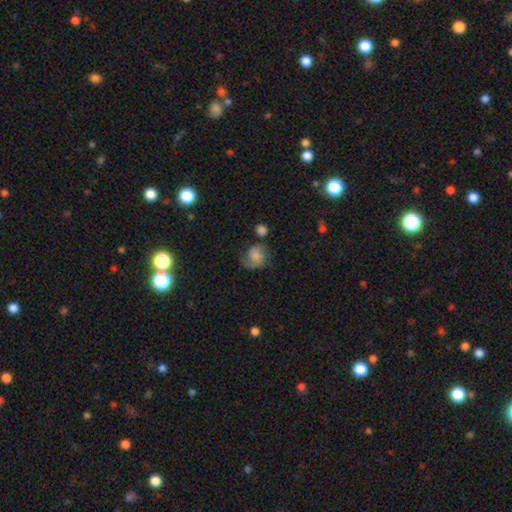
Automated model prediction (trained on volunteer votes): Overall: smooth (47%; featured or disk 44%). Merging: none (51%; minor disturbance 25%).